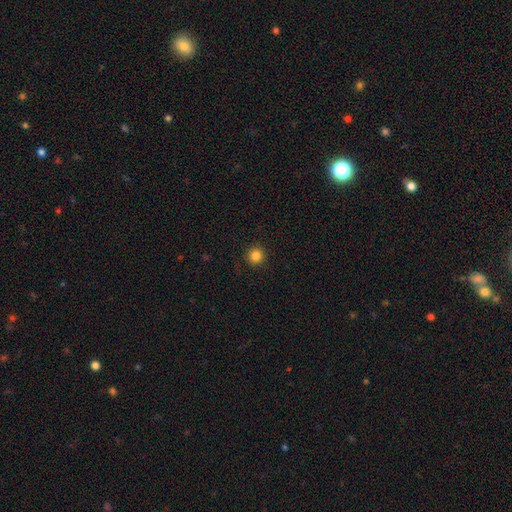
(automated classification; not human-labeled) Smooth or featured? Predicted: smooth (p=0.85). How rounded? Predicted: round (p=0.94). Merging? Predicted: none (p=0.92).